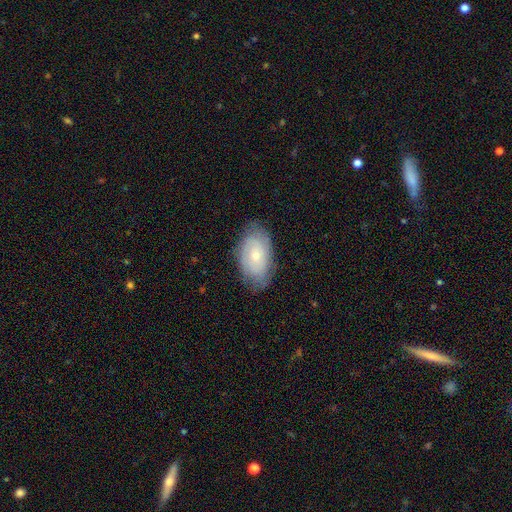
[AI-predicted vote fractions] featured or disk 48%, smooth 45%, star or artifact 7%. Down the decision tree: merging — none (74%).